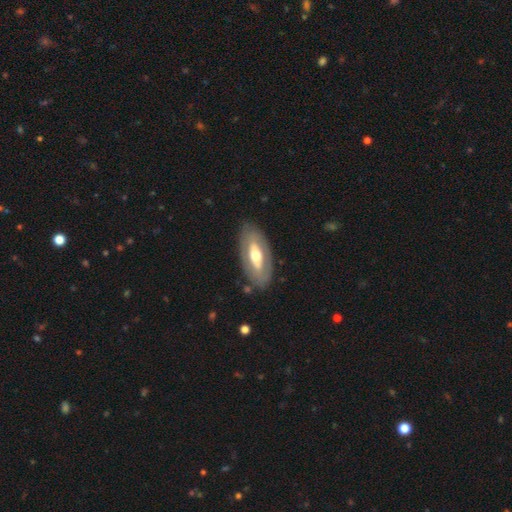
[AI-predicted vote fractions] featured or disk 58%, smooth 37%, star or artifact 5%. Down the decision tree: edge-on disk — no (81%); merging — none (82%).